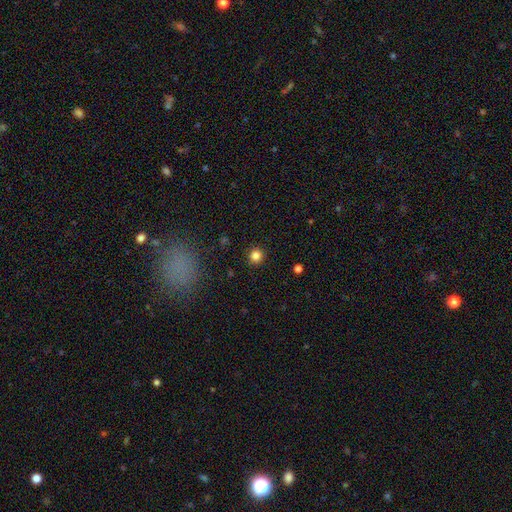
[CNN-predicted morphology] A smooth galaxy with no disk features (83%) that is round (93%).

Vote fractions:
- Smooth or featured? smooth: 83% / star or artifact: 12% / featured or disk: 4%
- How rounded? round: 93% / in between: 6% / cigar-shaped: 1%
- Merging? none: 92% / minor disturbance: 5% / major disturbance: 2% / merger: 1%